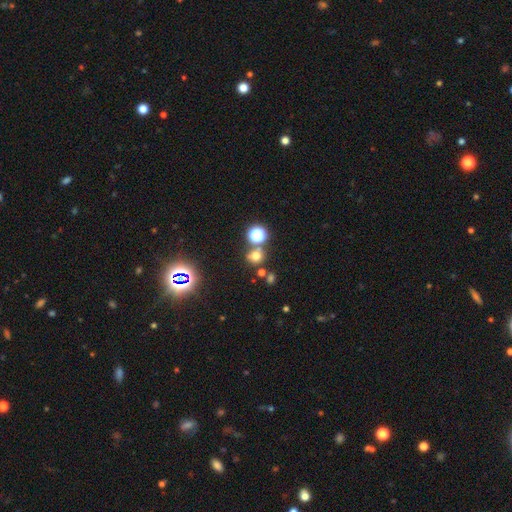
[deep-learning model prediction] This is likely a smooth galaxy (63%). How rounded: clearly round (84%). Merging: likely none (68%).